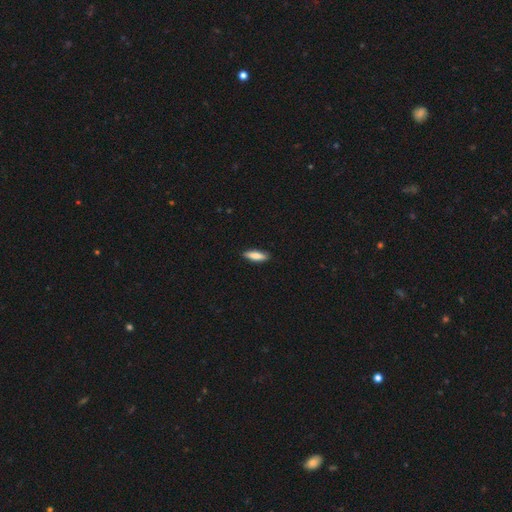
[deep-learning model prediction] This is clearly a smooth galaxy (81%). How rounded: possibly cigar-shaped (57%). Merging: clearly none (88%).